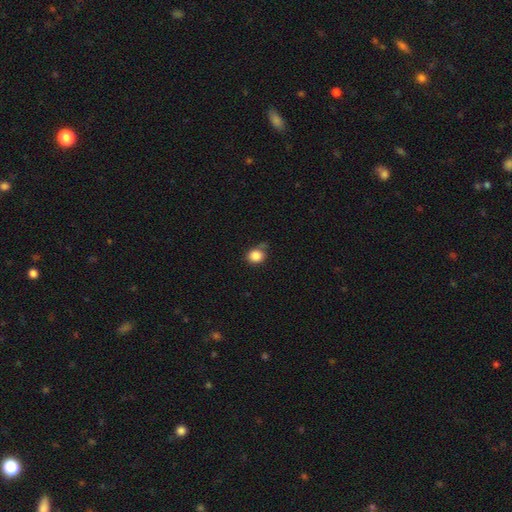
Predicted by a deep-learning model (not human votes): A smooth galaxy with no disk features (85%) that is round (75%). Merging: none (63%).